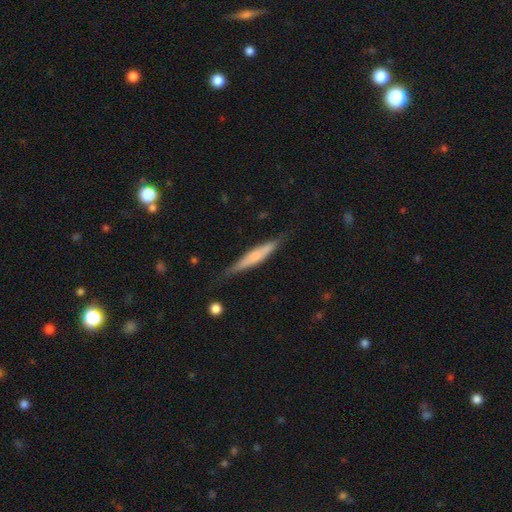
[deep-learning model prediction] Overall: smooth (52%; featured or disk 42%). How rounded: cigar-shaped (91%). Merging: none (80%).